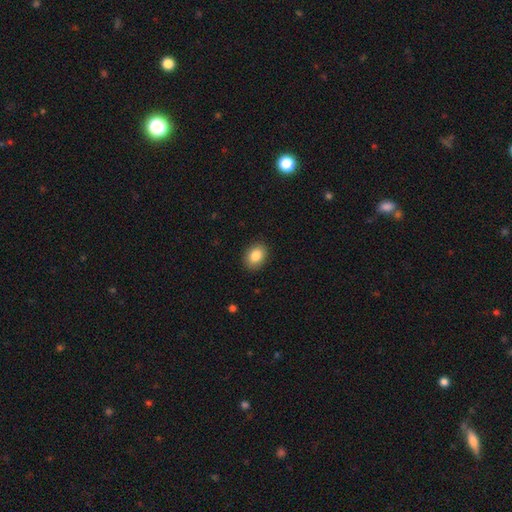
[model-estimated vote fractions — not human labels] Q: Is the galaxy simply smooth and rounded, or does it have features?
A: smooth — 86%.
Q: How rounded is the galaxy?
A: in between — 65%.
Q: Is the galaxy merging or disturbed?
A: none — 89%.